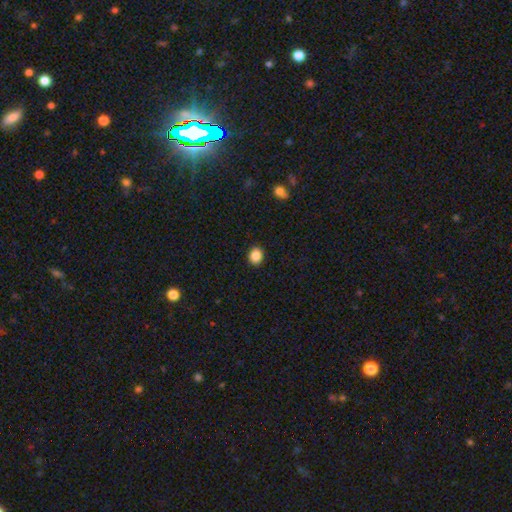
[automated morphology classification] A smooth galaxy with no disk features (87%) that is round (64%).

Vote fractions:
- Smooth or featured? smooth: 87% / star or artifact: 10% / featured or disk: 4%
- How rounded? round: 64% / in between: 35% / cigar-shaped: 1%
- Merging? none: 91% / minor disturbance: 6% / major disturbance: 2% / merger: 1%